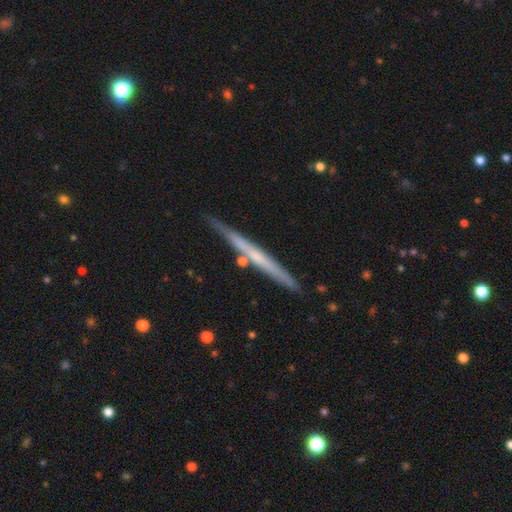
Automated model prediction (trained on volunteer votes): Smooth or featured?
  - featured or disk: 58% *
  - smooth: 37%
  - star or artifact: 6%
Edge-on disk?
  - yes: 97% *
  - no: 3%
Edge-on bulge?
  - none: 78% *
  - rounded: 18%
  - boxy: 4%
Merging?
  - none: 85% *
  - minor disturbance: 9%
  - merger: 4%
  - major disturbance: 2%